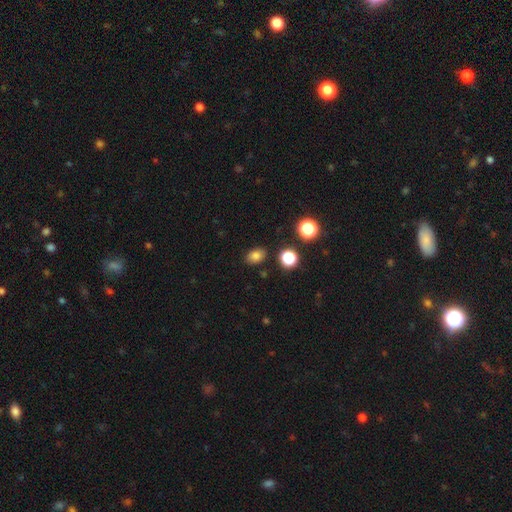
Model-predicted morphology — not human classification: smooth-or-featured: smooth: 80% | star or artifact: 14% | featured or disk: 6%
  how-rounded: in between: 76% | round: 23% | cigar-shaped: 1%
  merging: none: 86% | minor disturbance: 9% | merger: 3% | major disturbance: 3%